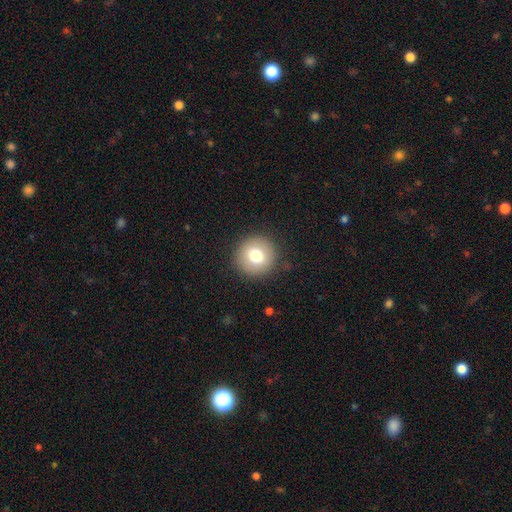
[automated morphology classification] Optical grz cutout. It shows a smooth galaxy with no disk features (76%) that is round (95%). Merging: none (90%).